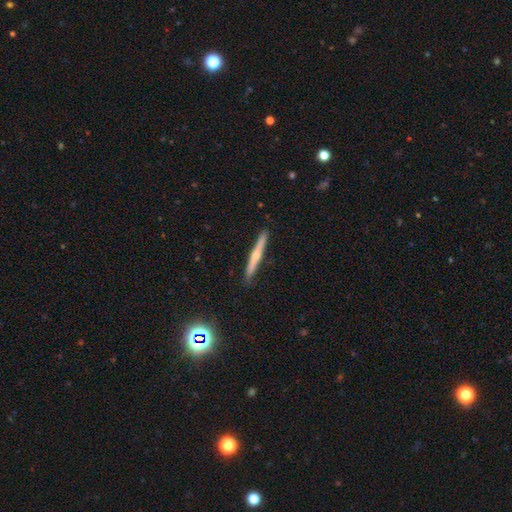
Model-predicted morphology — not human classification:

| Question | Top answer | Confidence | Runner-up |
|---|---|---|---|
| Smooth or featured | featured or disk | 58% | smooth (36%) |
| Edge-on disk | yes | 97% | no (3%) |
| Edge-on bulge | rounded | 76% | none (20%) |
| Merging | none | 91% | minor disturbance (7%) |